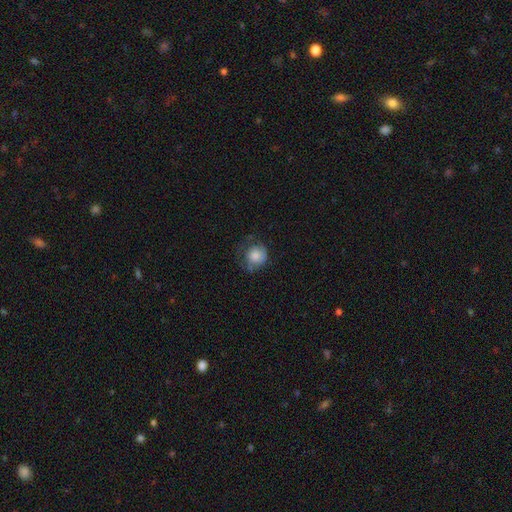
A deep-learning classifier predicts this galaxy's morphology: This is likely a smooth galaxy (65%). How rounded: clearly round (82%). Merging: possibly none (50%).